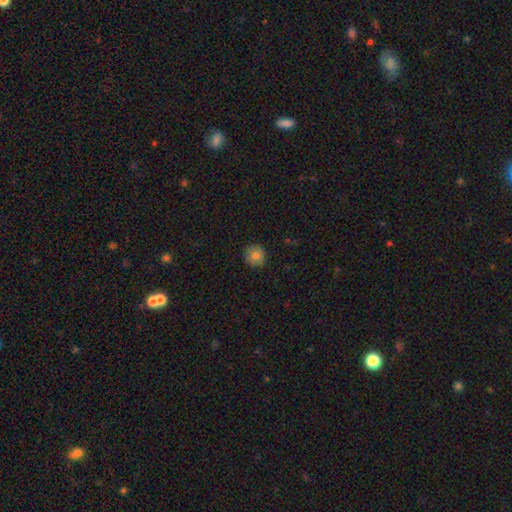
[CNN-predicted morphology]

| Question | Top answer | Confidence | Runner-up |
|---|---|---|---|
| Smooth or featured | smooth | 79% | featured or disk (11%) |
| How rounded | round | 91% | in between (8%) |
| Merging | none | 87% | minor disturbance (10%) |